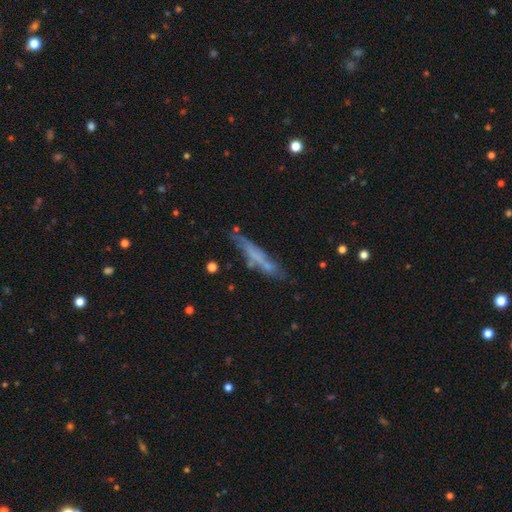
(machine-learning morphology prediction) Overall: smooth (48%; featured or disk 42%). Merging: none (66%).